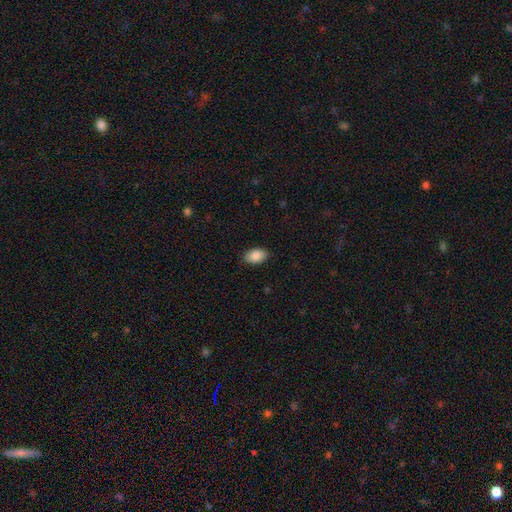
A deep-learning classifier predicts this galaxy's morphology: smooth-or-featured: smooth: 89% | star or artifact: 7% | featured or disk: 4%
  how-rounded: in between: 91% | round: 8% | cigar-shaped: 1%
  merging: none: 88% | minor disturbance: 9% | major disturbance: 2% | merger: 1%